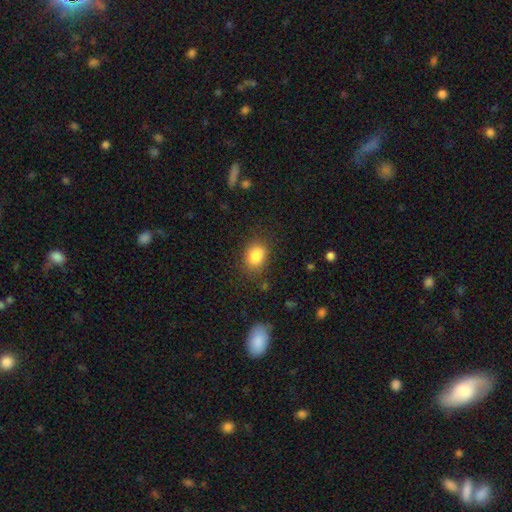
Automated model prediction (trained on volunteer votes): This appears to be a smooth galaxy with no disk features (85%) that is in between round and cigar-shaped (72%). Merging: none (76%).